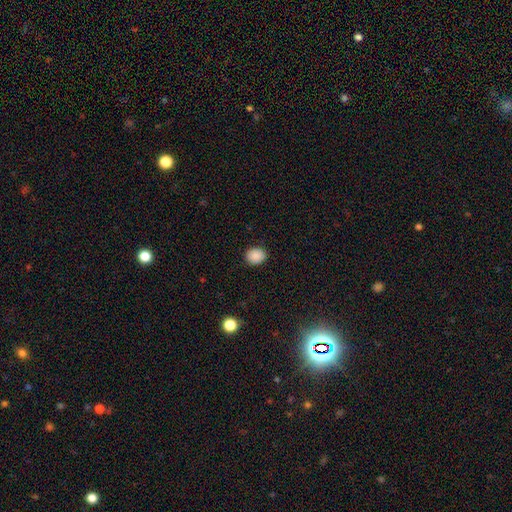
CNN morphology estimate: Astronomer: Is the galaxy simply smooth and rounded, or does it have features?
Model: smooth — 89%.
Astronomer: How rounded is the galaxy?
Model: round — 56% (runner-up: in between, 43%).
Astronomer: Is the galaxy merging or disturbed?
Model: none — 89%.